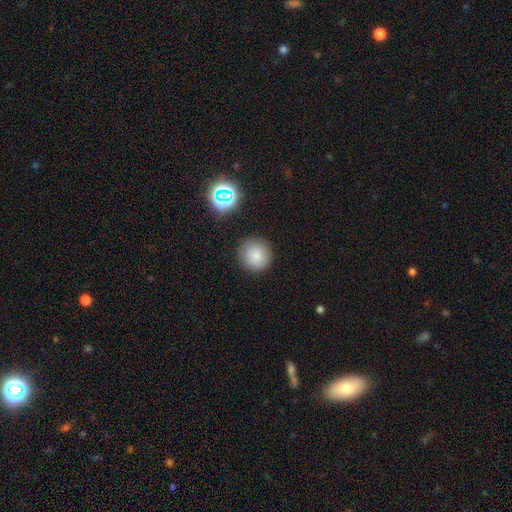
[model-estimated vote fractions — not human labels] smooth 82%, star or artifact 12%, featured or disk 6%. Down the decision tree: how rounded — round (94%); merging — none (88%).